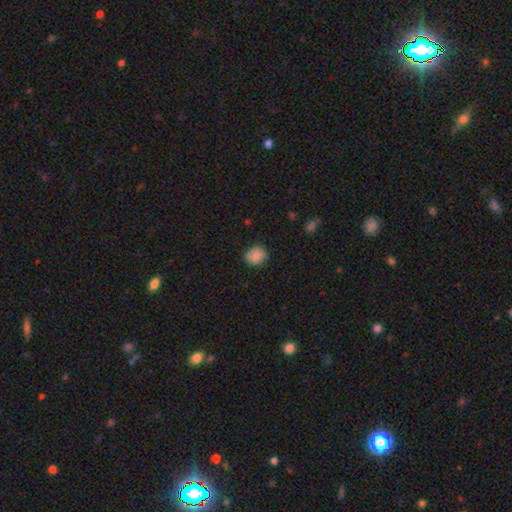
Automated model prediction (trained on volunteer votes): Smooth or featured?
  - smooth: 87% *
  - star or artifact: 8%
  - featured or disk: 4%
How rounded?
  - round: 64% *
  - in between: 36%
  - cigar-shaped: 1%
Merging?
  - none: 80% *
  - minor disturbance: 15%
  - major disturbance: 3%
  - merger: 1%